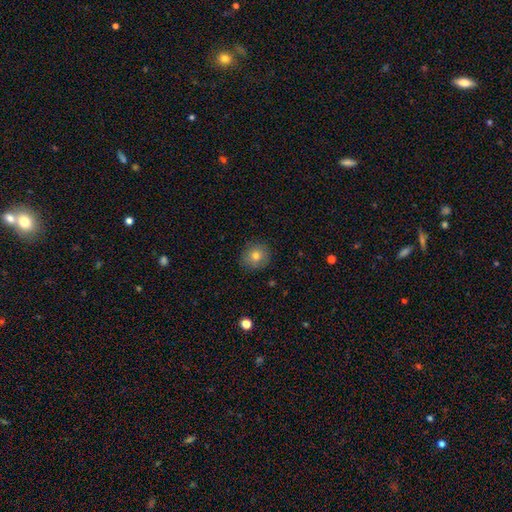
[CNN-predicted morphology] Smooth or featured? smooth (78%)
How rounded? round (86%)
Merging? none (87%)